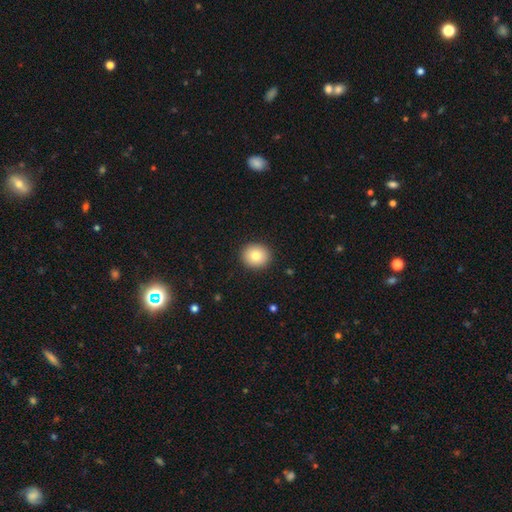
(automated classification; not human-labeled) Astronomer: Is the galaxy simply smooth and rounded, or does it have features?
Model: smooth — 81%.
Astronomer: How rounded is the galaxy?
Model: round — 83%.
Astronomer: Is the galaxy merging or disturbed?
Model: none — 92%.